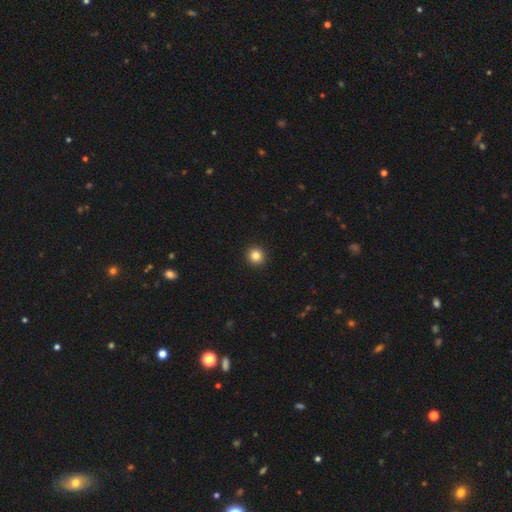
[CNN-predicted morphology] smooth_or_featured: smooth (p=0.84) [alt: star or artifact p=0.11]
how_rounded: round (p=0.93) [alt: in between p=0.06]
merging: none (p=0.94) [alt: minor disturbance p=0.04]